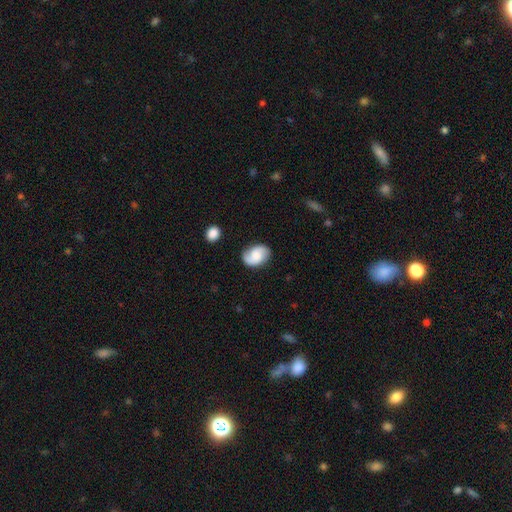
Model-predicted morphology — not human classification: Smooth or featured? Predicted: featured or disk (p=0.47). Merging? Predicted: none (p=0.77).